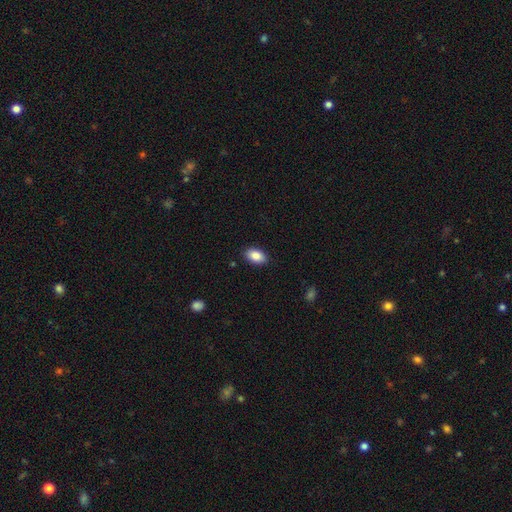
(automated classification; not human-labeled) Morphology: type=smooth (87%); roundness=in between (91%); merging=none (88%).